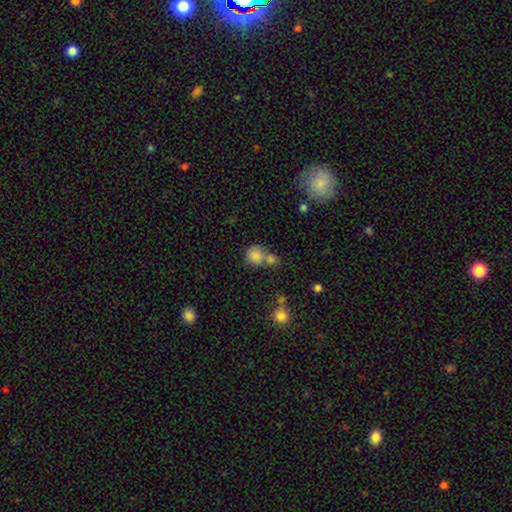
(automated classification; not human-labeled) A smooth galaxy with no disk features (82%) that is round (79%).

Vote fractions:
- Smooth or featured? smooth: 82% / star or artifact: 10% / featured or disk: 7%
- How rounded? round: 79% / in between: 20% / cigar-shaped: 1%
- Merging? merger: 44% / none: 40% / minor disturbance: 10% / major disturbance: 5%